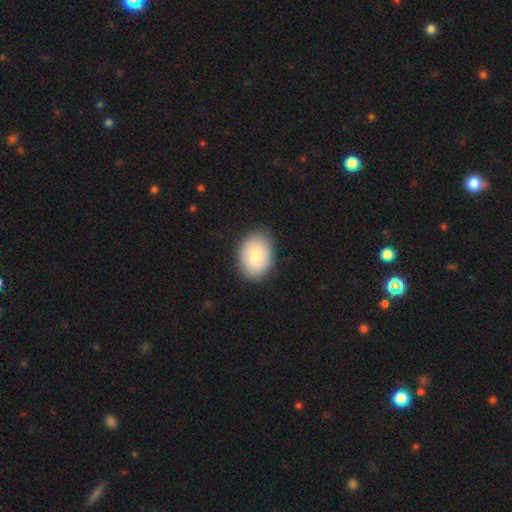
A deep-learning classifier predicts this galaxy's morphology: Smooth or featured?
  - smooth: 82% *
  - featured or disk: 12%
  - star or artifact: 6%
How rounded?
  - in between: 73% *
  - round: 26%
  - cigar-shaped: 1%
Merging?
  - none: 85% *
  - minor disturbance: 12%
  - major disturbance: 3%
  - merger: 1%